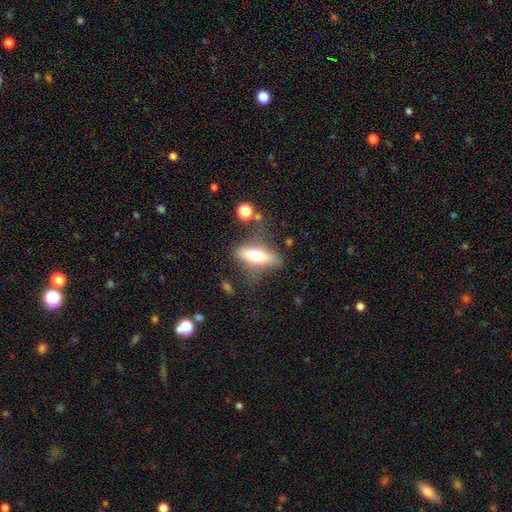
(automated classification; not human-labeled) Q: Smooth or featured?
A: smooth (55%); runner-up: featured or disk (37%)
Q: How rounded?
A: in between (59%); runner-up: cigar-shaped (38%)
Q: Merging?
A: none (58%); runner-up: minor disturbance (22%)